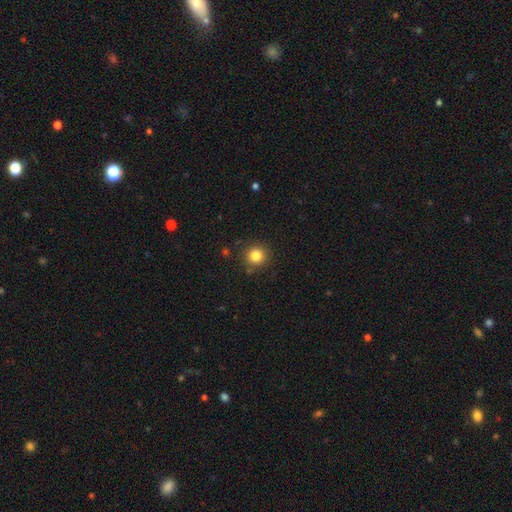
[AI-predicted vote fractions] Morphology: type=smooth (83%); roundness=round (93%); merging=none (88%).